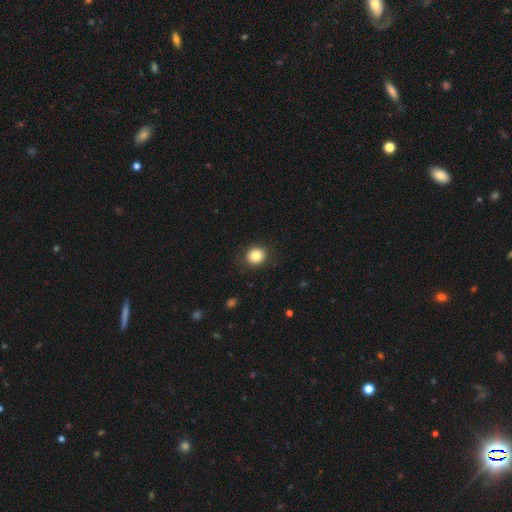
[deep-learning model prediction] This appears to be a smooth galaxy with no disk features (81%) that is round (82%). Merging: none (86%).